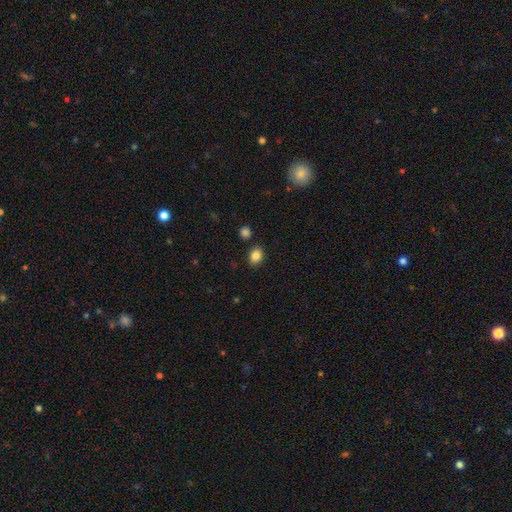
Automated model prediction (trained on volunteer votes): smooth-or-featured: smooth: 85% | star or artifact: 10% | featured or disk: 6%
  how-rounded: in between: 60% | round: 39% | cigar-shaped: 1%
  merging: none: 85% | minor disturbance: 9% | merger: 4% | major disturbance: 2%